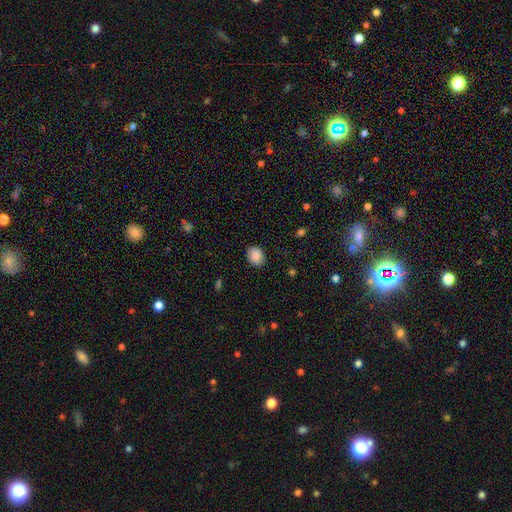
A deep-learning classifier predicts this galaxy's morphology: smooth 88%, star or artifact 8%, featured or disk 4%. Down the decision tree: how rounded — round (50%); merging — none (88%).